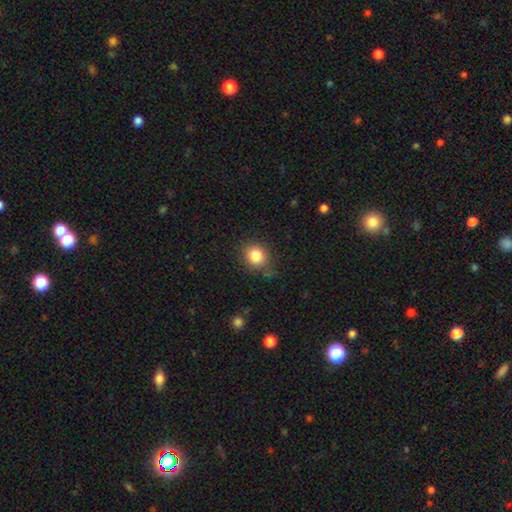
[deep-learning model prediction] A smooth galaxy with no disk features (84%) that is round (72%). Merging: none (75%).